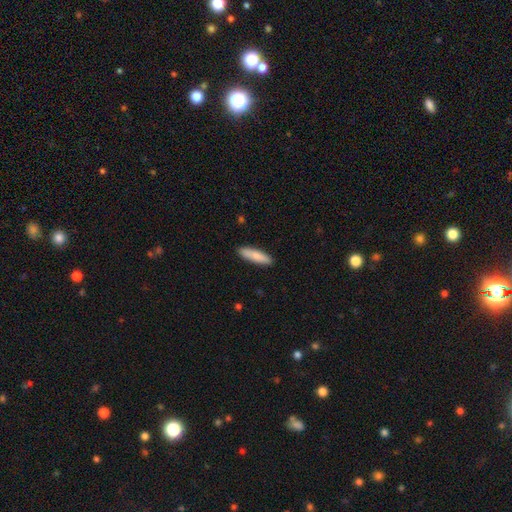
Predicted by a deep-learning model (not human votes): Smooth or featured? Predicted: smooth (p=0.80). How rounded? Predicted: cigar-shaped (p=0.70). Merging? Predicted: none (p=0.90).